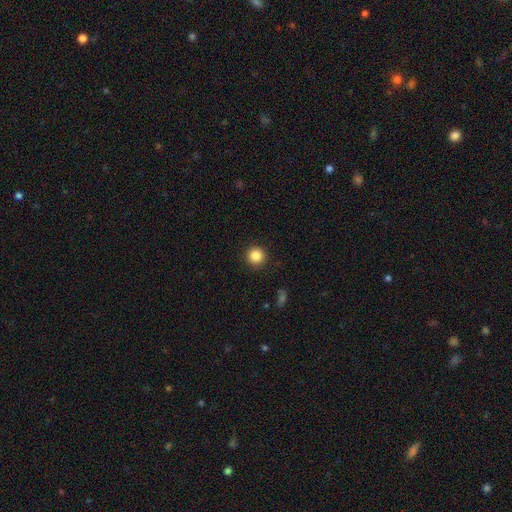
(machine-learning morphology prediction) Smooth or featured?
  - smooth: 86% *
  - star or artifact: 11%
  - featured or disk: 4%
How rounded?
  - round: 95% *
  - in between: 4%
  - cigar-shaped: 1%
Merging?
  - none: 92% *
  - minor disturbance: 5%
  - major disturbance: 2%
  - merger: 1%